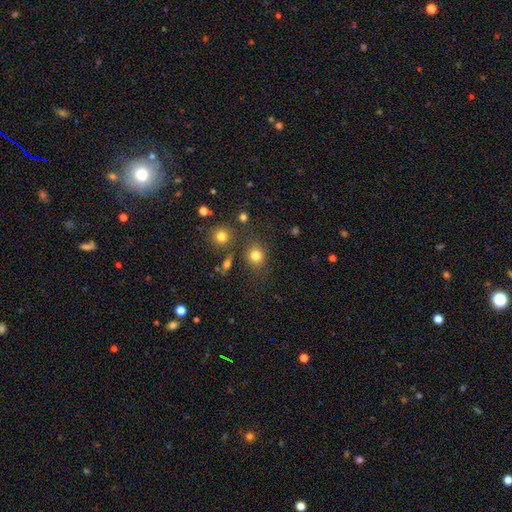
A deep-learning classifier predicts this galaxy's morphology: Overall: smooth (79%). How rounded: round (78%). Merging: none (78%).